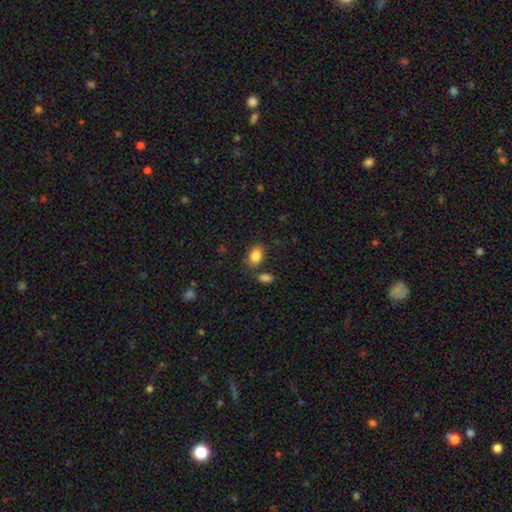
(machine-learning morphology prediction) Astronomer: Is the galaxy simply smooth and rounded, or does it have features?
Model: smooth — 85%.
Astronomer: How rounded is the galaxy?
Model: in between — 77%.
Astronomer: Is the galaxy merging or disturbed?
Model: none — 73%.